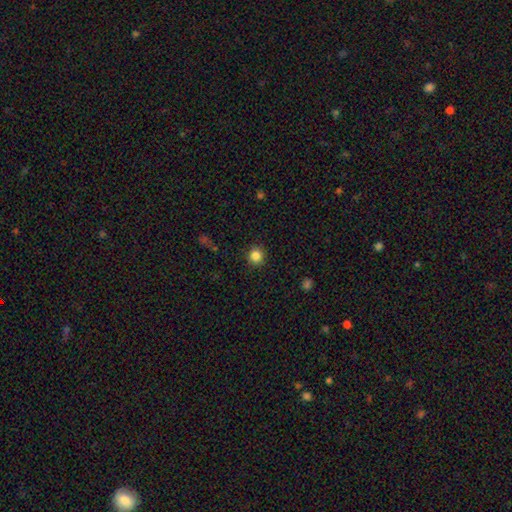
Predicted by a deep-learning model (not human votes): The model was most divided on "smooth or featured": smooth: 85%, star or artifact: 11%, featured or disk: 4%. More confident: how rounded — round (92%); merging — none (90%).